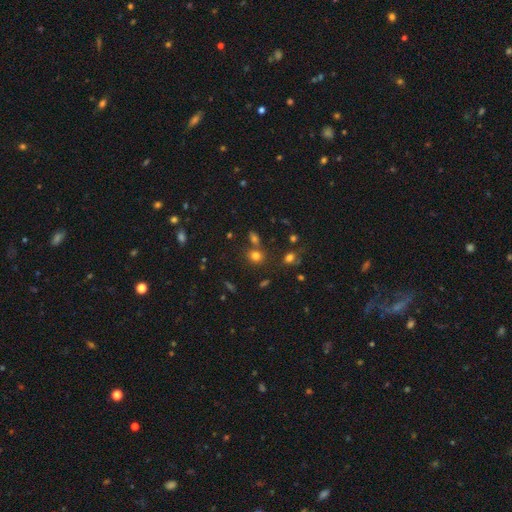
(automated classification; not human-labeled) smooth-or-featured: smooth: 72% | star or artifact: 19% | featured or disk: 8%
  how-rounded: round: 73% | in between: 26% | cigar-shaped: 1%
  merging: none: 70% | merger: 17% | minor disturbance: 10% | major disturbance: 4%